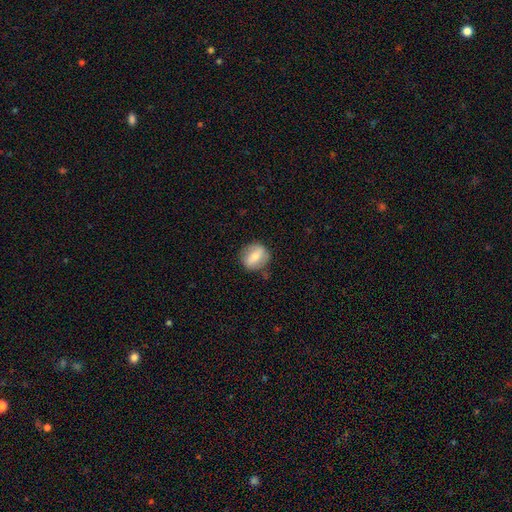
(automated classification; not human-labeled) A smooth galaxy with no disk features (56%) that is round (67%).

Vote fractions:
- Smooth or featured? smooth: 56% / featured or disk: 37% / star or artifact: 7%
- How rounded? round: 67% / in between: 31% / cigar-shaped: 2%
- Merging? none: 77% / minor disturbance: 16% / major disturbance: 5% / merger: 2%